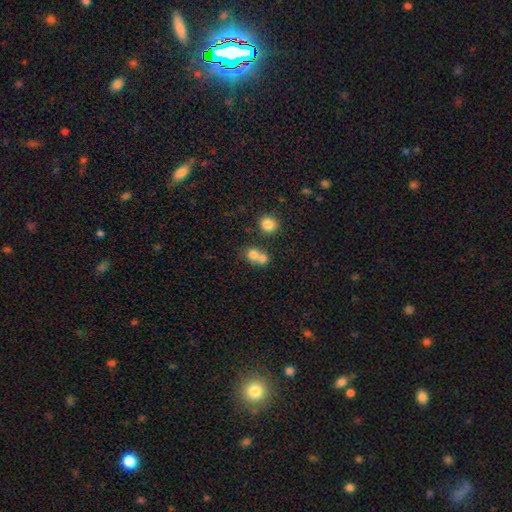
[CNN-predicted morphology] This appears to be a smooth galaxy with no disk features (74%) that is round (74%). Merging: merger (58%).